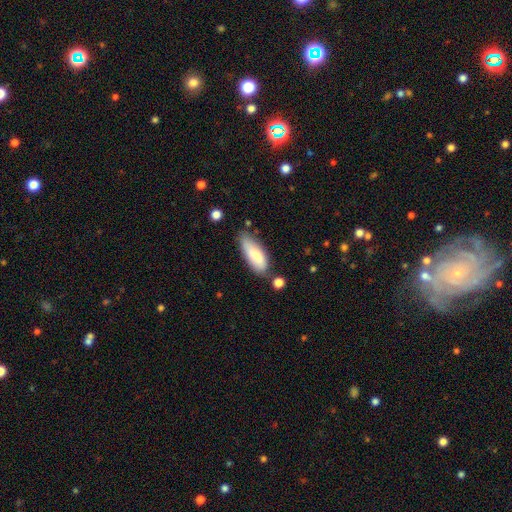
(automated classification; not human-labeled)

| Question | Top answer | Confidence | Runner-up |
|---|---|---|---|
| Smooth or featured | smooth | 79% | featured or disk (15%) |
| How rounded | in between | 71% | cigar-shaped (27%) |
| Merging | none | 67% | minor disturbance (22%) |